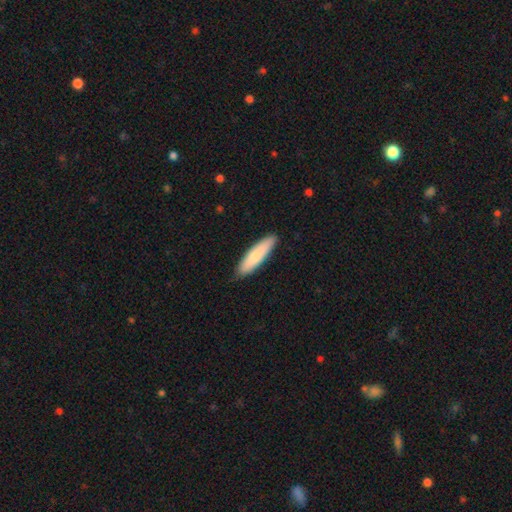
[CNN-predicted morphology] This is likely a smooth galaxy (79%). How rounded: likely cigar-shaped (69%). Merging: clearly none (87%).